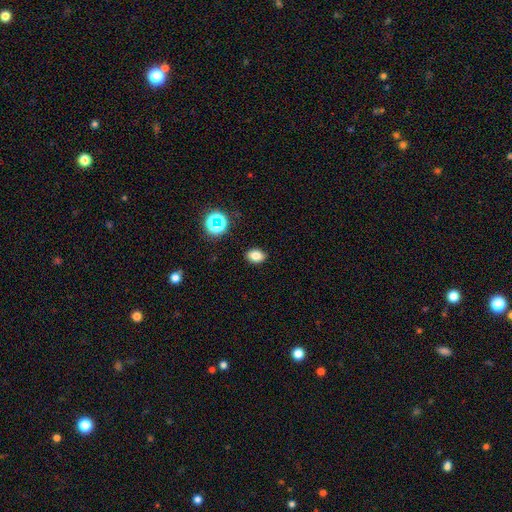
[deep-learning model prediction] Overall: smooth (80%). How rounded: in between (78%). Merging: none (89%).